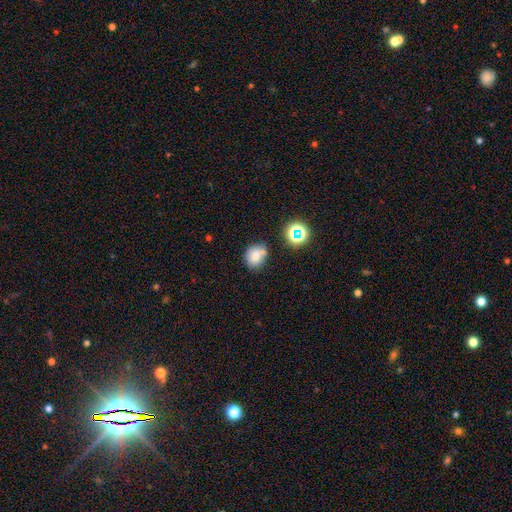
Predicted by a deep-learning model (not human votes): The model was most divided on "how rounded": round: 64%, in between: 35%, cigar-shaped: 1%. More confident: smooth or featured — smooth (73%); merging — none (58%).